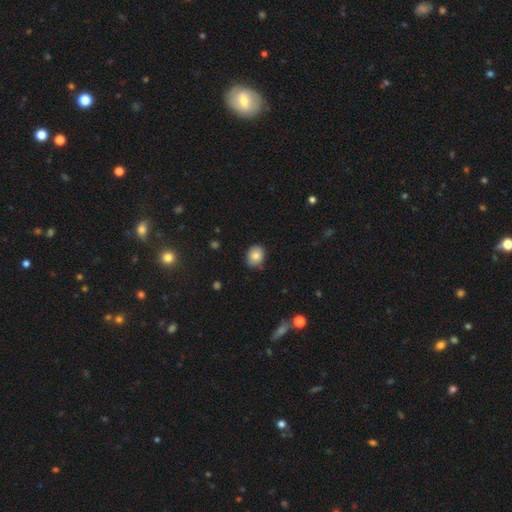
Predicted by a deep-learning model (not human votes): A smooth galaxy with no disk features (81%) that is round (55%).

Vote fractions:
- Smooth or featured? smooth: 81% / featured or disk: 10% / star or artifact: 9%
- How rounded? round: 55% / in between: 44% / cigar-shaped: 1%
- Merging? none: 81% / minor disturbance: 15% / major disturbance: 2% / merger: 2%